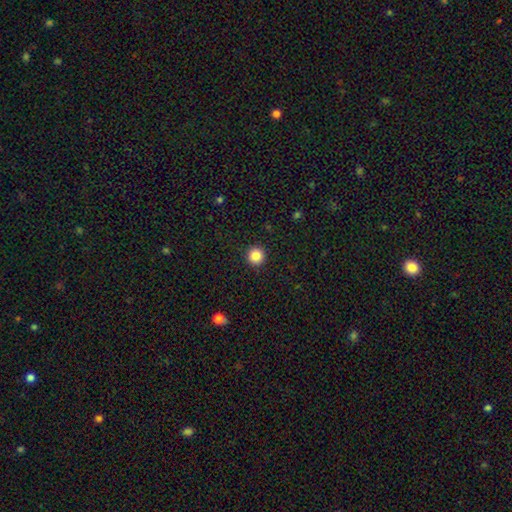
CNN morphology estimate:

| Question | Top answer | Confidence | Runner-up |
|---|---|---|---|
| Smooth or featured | smooth | 86% | star or artifact (10%) |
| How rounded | round | 95% | in between (4%) |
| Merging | none | 93% | minor disturbance (4%) |